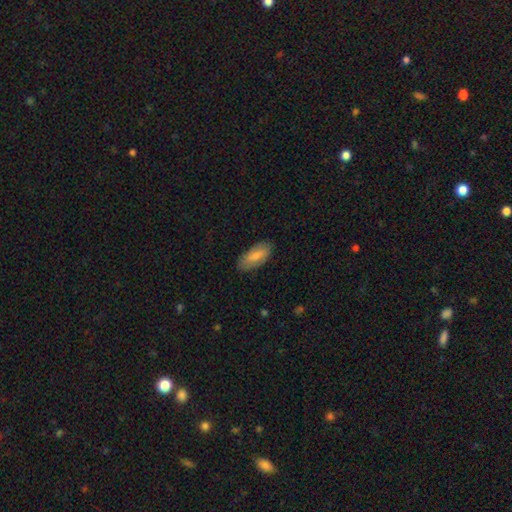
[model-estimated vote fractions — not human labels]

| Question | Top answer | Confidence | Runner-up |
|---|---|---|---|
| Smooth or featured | smooth | 74% | featured or disk (20%) |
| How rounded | in between | 84% | cigar-shaped (14%) |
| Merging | none | 83% | minor disturbance (13%) |